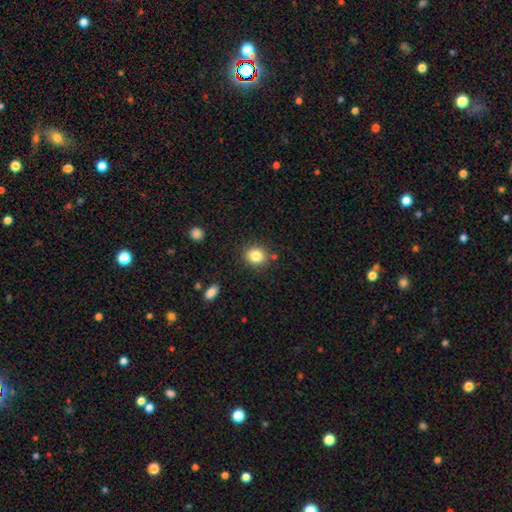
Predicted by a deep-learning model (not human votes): Overall: smooth (84%). How rounded: round (75%). Merging: none (85%).